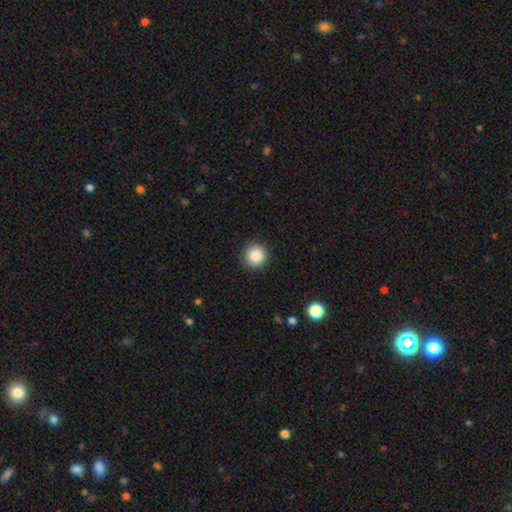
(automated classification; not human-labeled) A smooth galaxy with no disk features (87%) that is round (94%). Merging: none (91%).